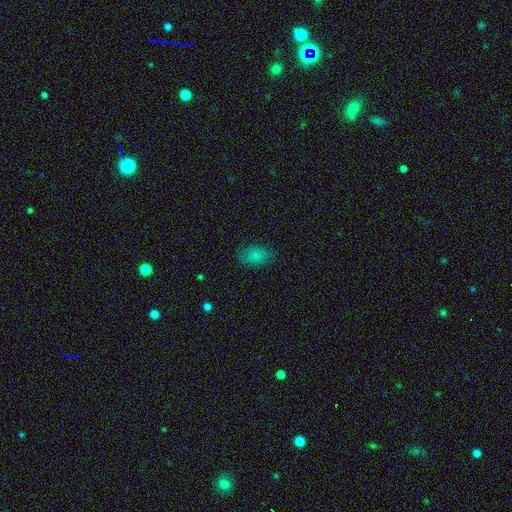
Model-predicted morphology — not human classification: Smooth or featured: smooth — 80% (star or artifact — 12%)
How rounded: in between — 88% (round — 10%)
Merging: none — 77% (minor disturbance — 17%)